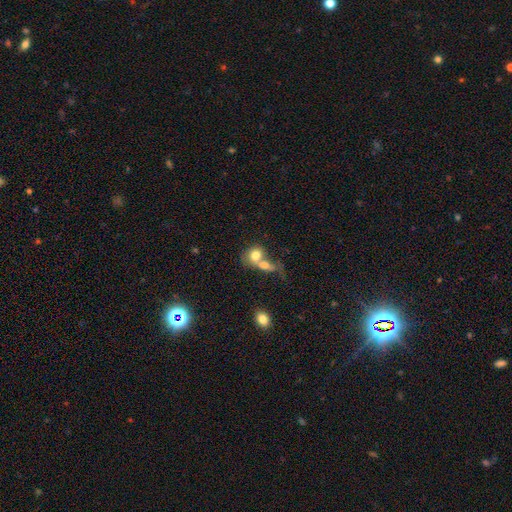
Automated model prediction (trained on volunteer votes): Morphology: type=smooth (74%); roundness=round (55%); merging=merger (69%).